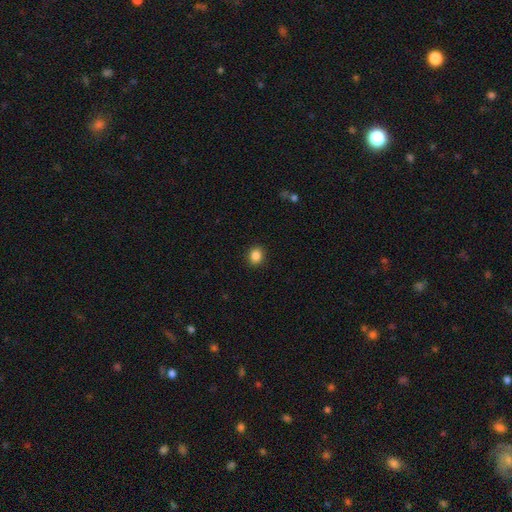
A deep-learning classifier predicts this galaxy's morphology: smooth 87%, star or artifact 10%, featured or disk 3%. Down the decision tree: how rounded — round (73%); merging — none (91%).